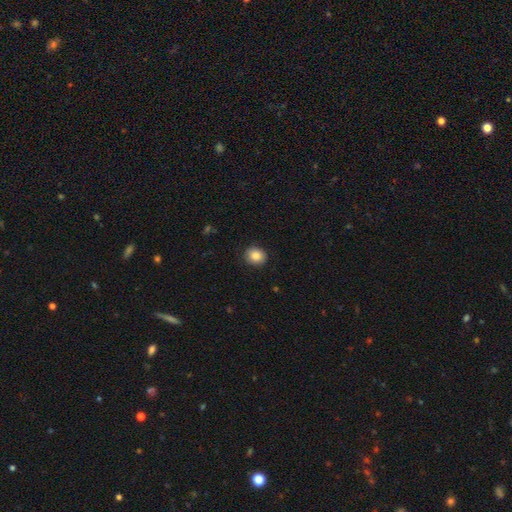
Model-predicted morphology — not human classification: Smooth or featured? Predicted: smooth (p=0.86). How rounded? Predicted: round (p=0.69). Merging? Predicted: none (p=0.89).